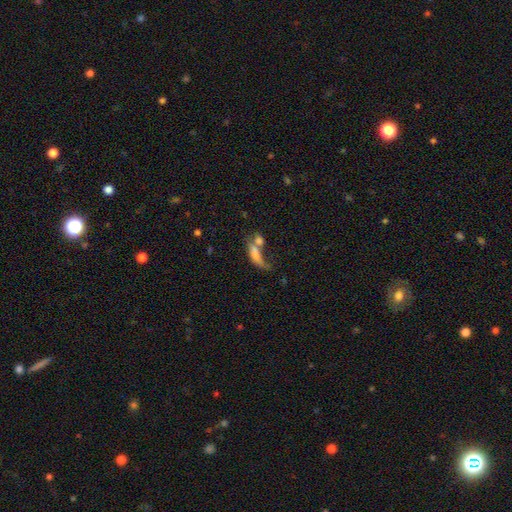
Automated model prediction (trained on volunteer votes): This appears to be a smooth galaxy with no disk features (64%) that is in between round and cigar-shaped (60%). Merging: merger (47%).